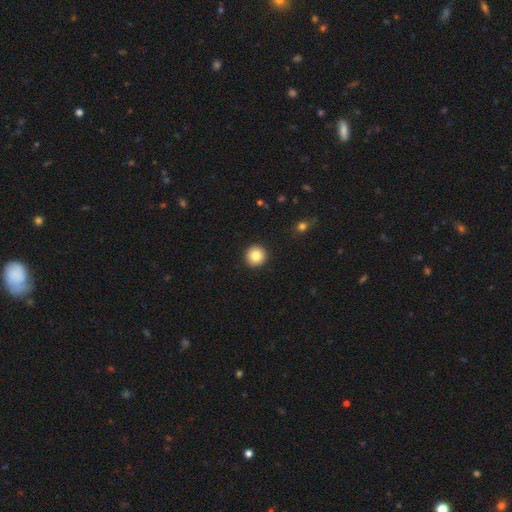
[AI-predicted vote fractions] Q: Smooth or featured?
A: smooth (83%); runner-up: star or artifact (9%)
Q: How rounded?
A: round (95%); runner-up: in between (4%)
Q: Merging?
A: none (93%); runner-up: minor disturbance (4%)